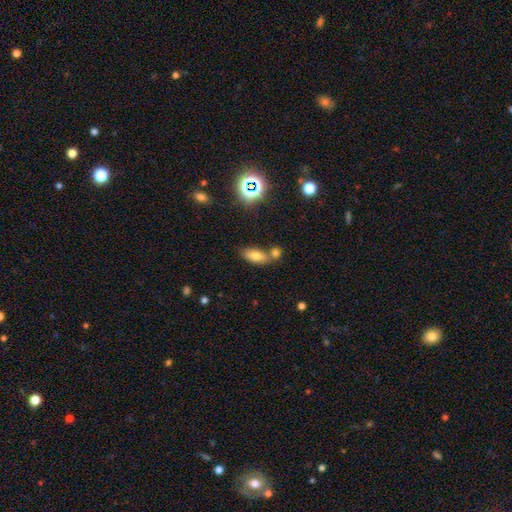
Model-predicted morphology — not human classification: type=smooth (72%); roundness=in between (82%); merging=none (55%).